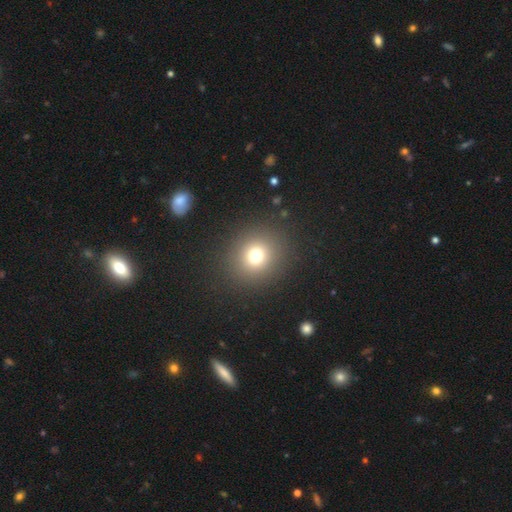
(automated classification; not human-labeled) smooth-or-featured: smooth: 72% | star or artifact: 18% | featured or disk: 10%
  how-rounded: round: 88% | in between: 11% | cigar-shaped: 1%
  merging: none: 89% | minor disturbance: 6% | major disturbance: 4% | merger: 1%